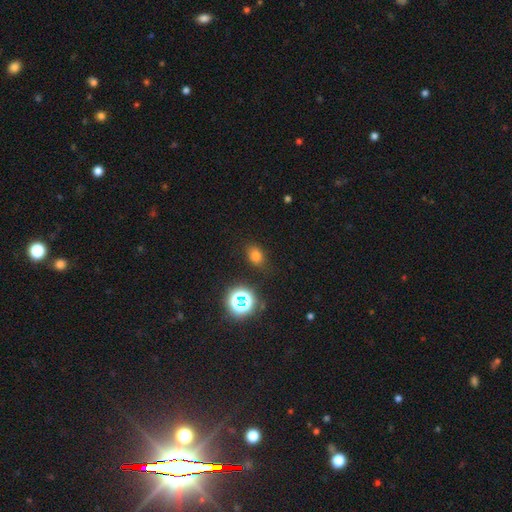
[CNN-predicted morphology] A smooth galaxy with no disk features (71%) that is in between round and cigar-shaped (64%).

Vote fractions:
- Smooth or featured? smooth: 71% / star or artifact: 22% / featured or disk: 7%
- How rounded? in between: 64% / round: 35% / cigar-shaped: 1%
- Merging? none: 81% / minor disturbance: 13% / major disturbance: 4% / merger: 2%